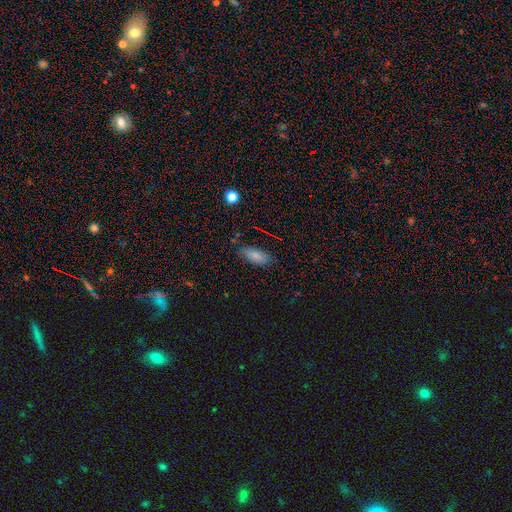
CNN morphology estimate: Smooth or featured?
  - smooth: 81% *
  - star or artifact: 10%
  - featured or disk: 9%
How rounded?
  - in between: 81% *
  - cigar-shaped: 16%
  - round: 2%
Merging?
  - none: 81% *
  - minor disturbance: 14%
  - major disturbance: 3%
  - merger: 2%